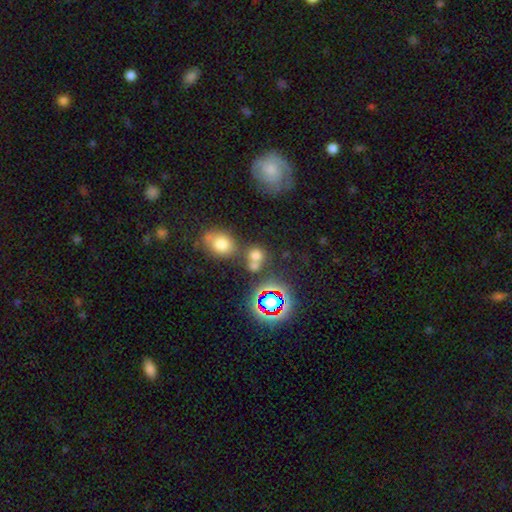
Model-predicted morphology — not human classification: A smooth galaxy with no disk features (64%) that is round (76%). Merging: none (52%).